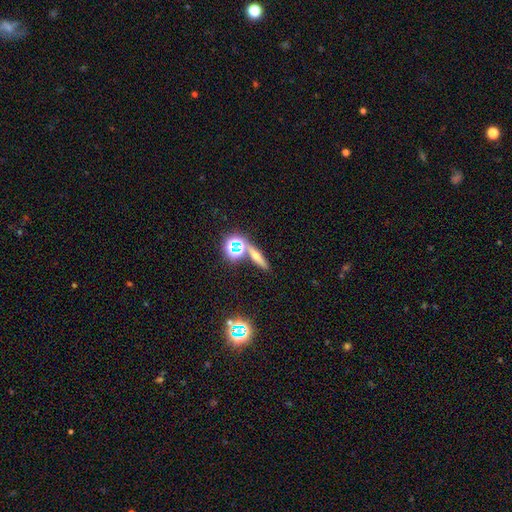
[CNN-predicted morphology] Smooth or featured: smooth — 43% (featured or disk — 31%)
Merging: none — 75% (merger — 13%)